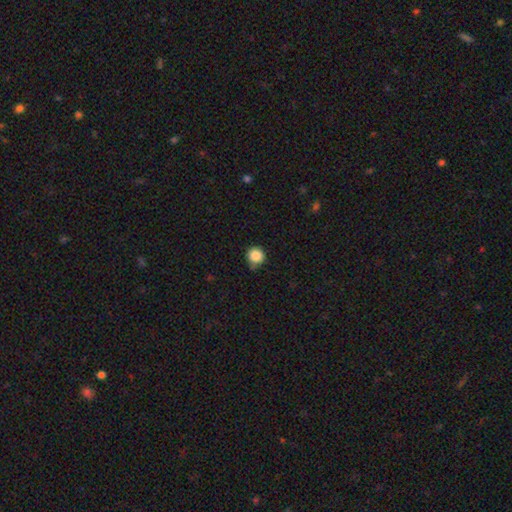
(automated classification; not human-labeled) This is clearly a smooth galaxy (87%). How rounded: clearly round (94%). Merging: likely none (79%).